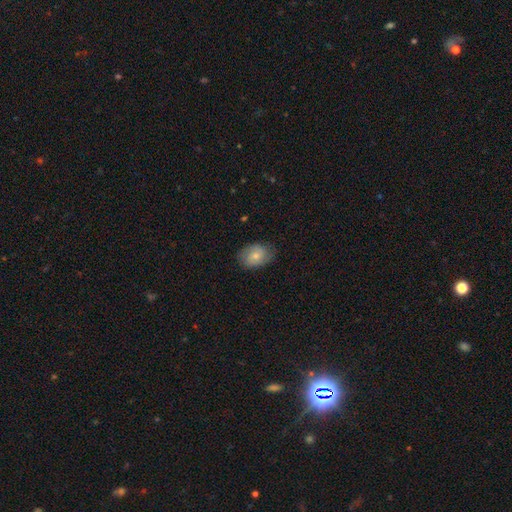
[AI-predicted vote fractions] smooth-or-featured: smooth: 73% | featured or disk: 21% | star or artifact: 7%
  how-rounded: in between: 79% | round: 20% | cigar-shaped: 1%
  merging: none: 77% | minor disturbance: 18% | major disturbance: 4% | merger: 1%